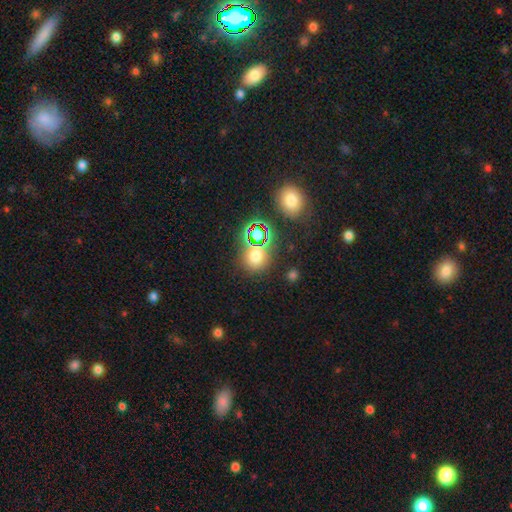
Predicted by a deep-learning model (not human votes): Smooth or featured? Predicted: smooth (p=0.61). How rounded? Predicted: round (p=0.81). Merging? Predicted: none (p=0.76).